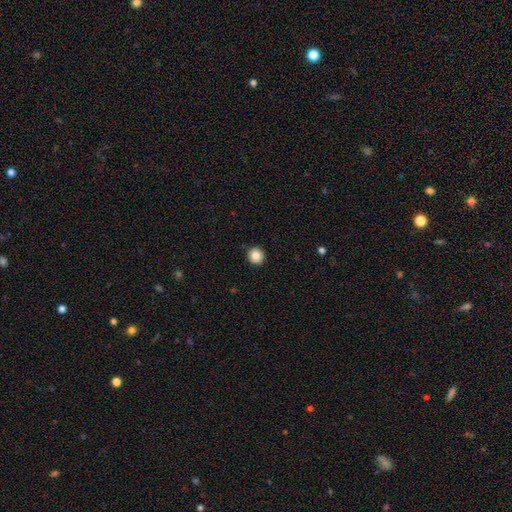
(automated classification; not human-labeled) Q: Smooth or featured?
A: smooth (85%); runner-up: star or artifact (10%)
Q: How rounded?
A: round (96%); runner-up: in between (3%)
Q: Merging?
A: none (92%); runner-up: minor disturbance (5%)